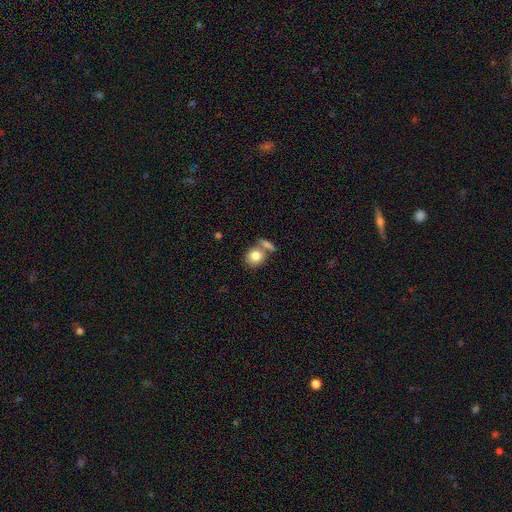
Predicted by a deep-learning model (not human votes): smooth 81%, featured or disk 12%, star or artifact 8%. Down the decision tree: how rounded — round (66%); merging — none (51%).